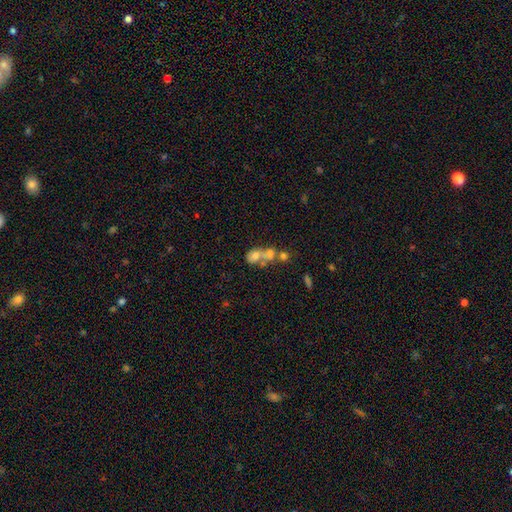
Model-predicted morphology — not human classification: smooth-or-featured: smooth: 57% | featured or disk: 28% | star or artifact: 15%
  how-rounded: round: 49% | in between: 48% | cigar-shaped: 3%
  merging: merger: 63% | none: 21% | major disturbance: 8% | minor disturbance: 8%